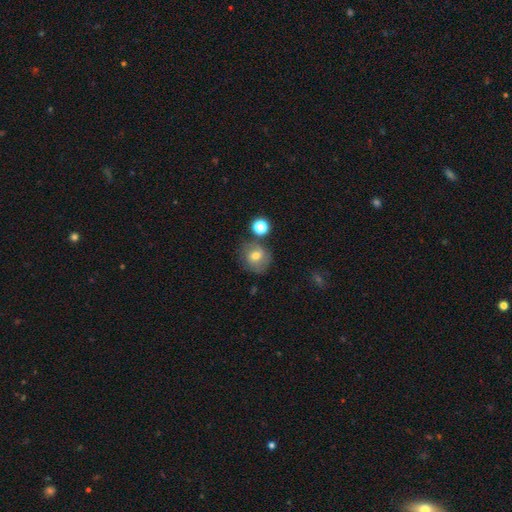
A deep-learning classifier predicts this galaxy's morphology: Overall: smooth (67%). How rounded: round (81%). Merging: none (66%).